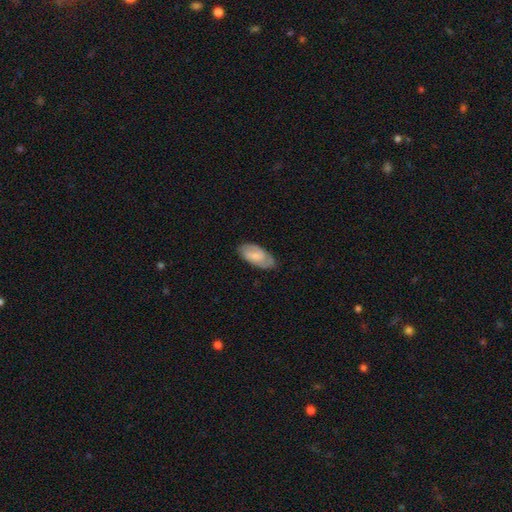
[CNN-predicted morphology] type=featured or disk (53%); edge-on=no (94%); merging=none (74%).